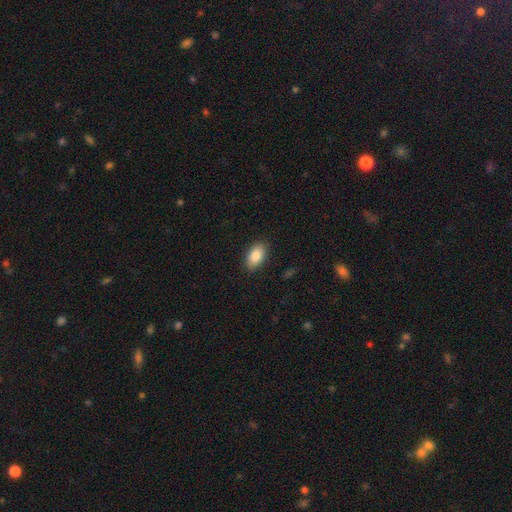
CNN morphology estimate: Overall: smooth (86%). How rounded: in between (93%). Merging: none (88%).